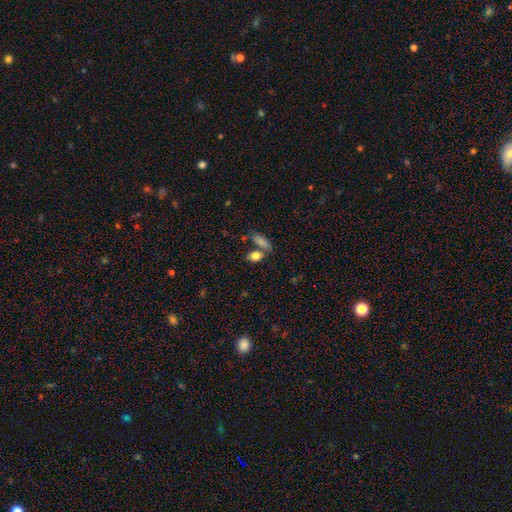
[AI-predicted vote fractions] Smooth or featured?
  - smooth: 82% *
  - star or artifact: 9%
  - featured or disk: 8%
How rounded?
  - in between: 76% *
  - round: 19%
  - cigar-shaped: 6%
Merging?
  - none: 56% *
  - merger: 27%
  - minor disturbance: 12%
  - major disturbance: 5%